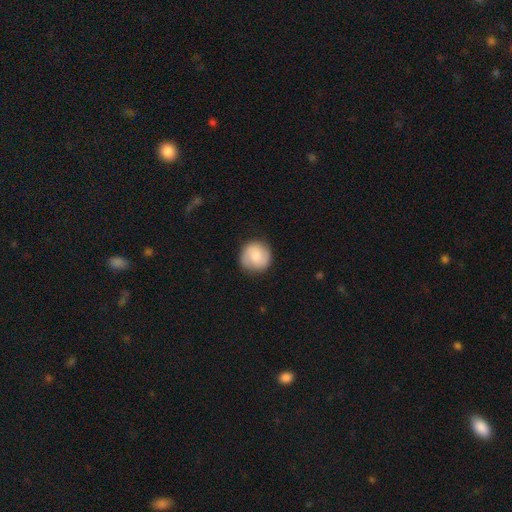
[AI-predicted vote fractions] smooth-or-featured: smooth: 64% | featured or disk: 30% | star or artifact: 6%
  how-rounded: round: 93% | in between: 6% | cigar-shaped: 1%
  merging: none: 86% | minor disturbance: 11% | major disturbance: 3% | merger: 1%